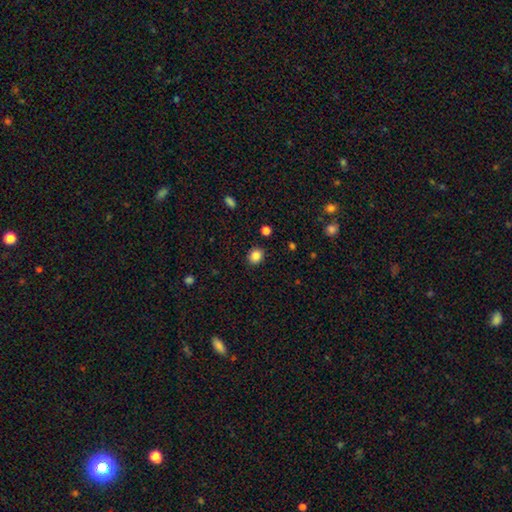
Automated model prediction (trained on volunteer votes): Smooth or featured? Predicted: smooth (p=0.86). How rounded? Predicted: round (p=0.67). Merging? Predicted: none (p=0.89).